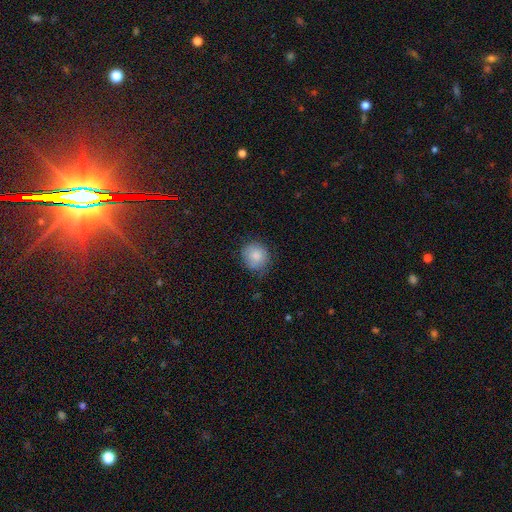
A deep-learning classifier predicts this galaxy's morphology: smooth-or-featured: smooth: 84% | featured or disk: 8% | star or artifact: 8%
  how-rounded: round: 84% | in between: 15% | cigar-shaped: 1%
  merging: none: 71% | minor disturbance: 23% | major disturbance: 5% | merger: 1%